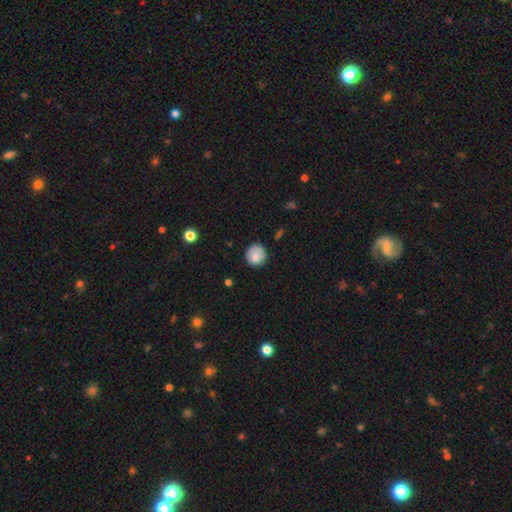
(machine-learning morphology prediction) Overall: smooth (82%). How rounded: round (91%). Merging: none (80%).